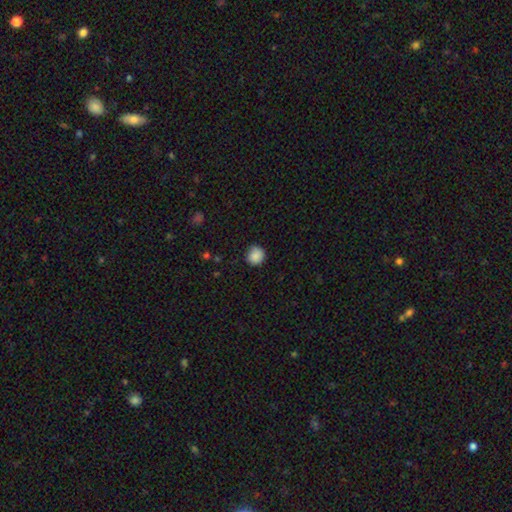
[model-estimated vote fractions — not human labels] Q: Smooth or featured?
A: smooth (87%); runner-up: star or artifact (9%)
Q: How rounded?
A: round (88%); runner-up: in between (12%)
Q: Merging?
A: none (82%); runner-up: minor disturbance (14%)